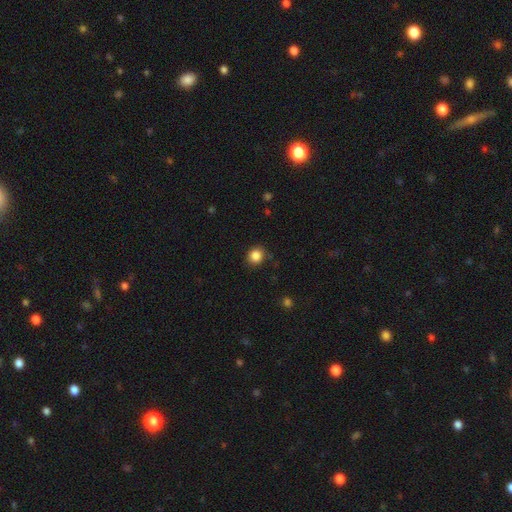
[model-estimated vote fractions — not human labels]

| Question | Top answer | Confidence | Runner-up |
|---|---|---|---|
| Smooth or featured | smooth | 86% | star or artifact (11%) |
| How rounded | round | 84% | in between (16%) |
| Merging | none | 84% | minor disturbance (12%) |